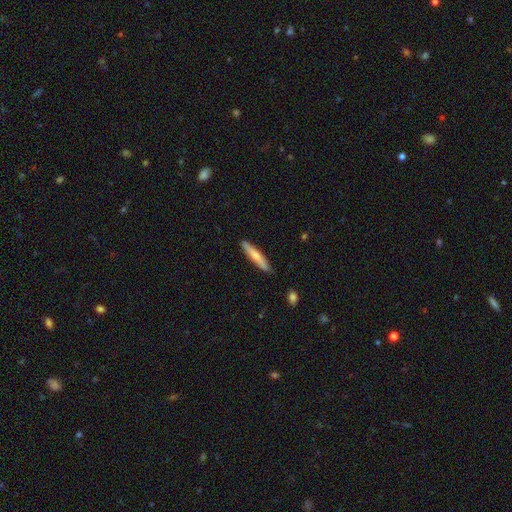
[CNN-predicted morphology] The model was most divided on "smooth or featured": smooth: 62%, featured or disk: 33%, star or artifact: 5%. More confident: how rounded — cigar-shaped (91%); merging — none (87%).